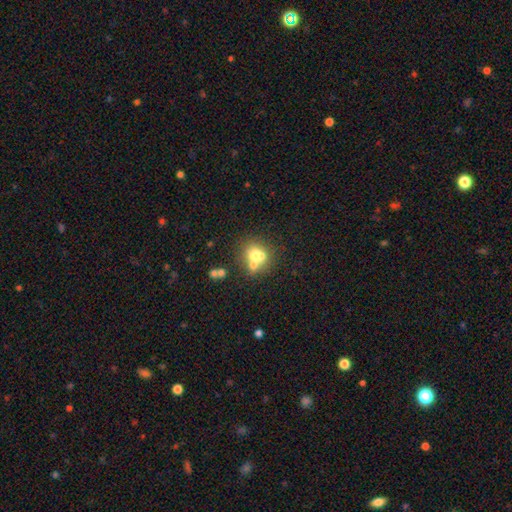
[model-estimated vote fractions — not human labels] This is likely a smooth galaxy (63%). How rounded: likely round (69%). Merging: possibly merger (49%).